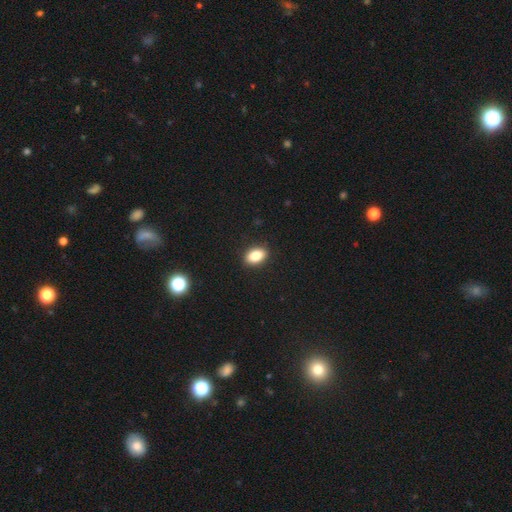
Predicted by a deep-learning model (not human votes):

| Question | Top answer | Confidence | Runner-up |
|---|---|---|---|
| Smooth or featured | smooth | 84% | star or artifact (9%) |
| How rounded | in between | 87% | round (12%) |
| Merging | none | 90% | minor disturbance (7%) |